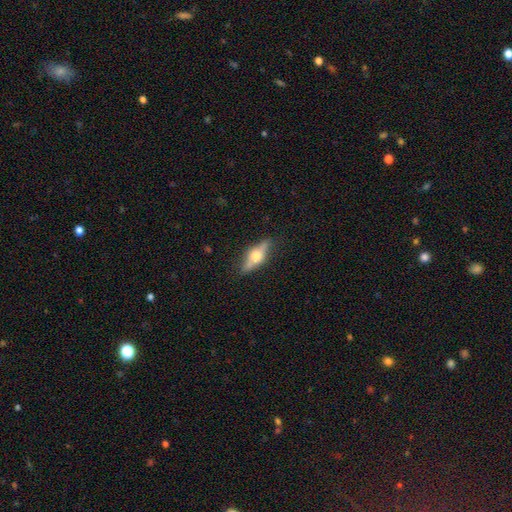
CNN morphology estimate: smooth-or-featured: featured or disk: 60% | smooth: 33% | star or artifact: 7%
  disk-edge-on: yes: 89% | no: 11%
    edge-on-bulge: rounded: 94% | boxy: 4% | none: 2%
  merging: none: 81% | minor disturbance: 14% | major disturbance: 3% | merger: 2%